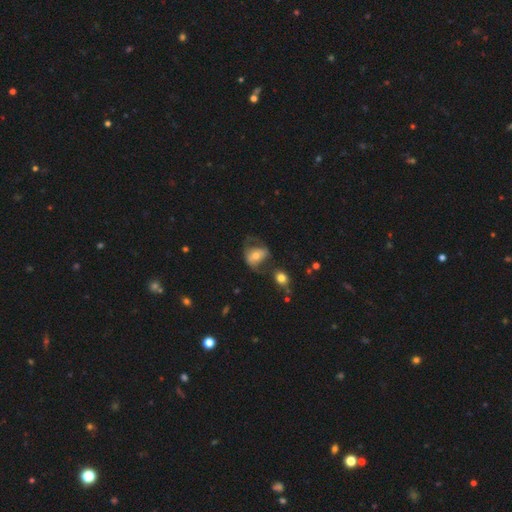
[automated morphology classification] This appears to be a smooth galaxy with no disk features (48%). Merging: none (33%, tied with major disturbance).